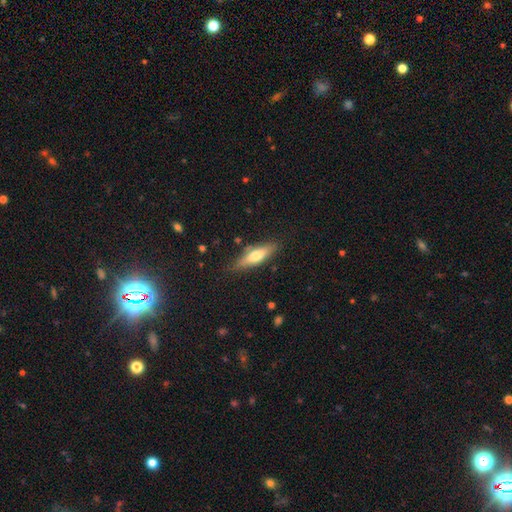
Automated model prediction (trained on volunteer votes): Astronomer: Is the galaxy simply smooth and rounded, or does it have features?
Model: smooth — 59% (runner-up: featured or disk, 34%).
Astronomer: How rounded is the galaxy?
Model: cigar-shaped — 59% (runner-up: in between, 39%).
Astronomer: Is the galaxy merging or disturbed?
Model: none — 80%.